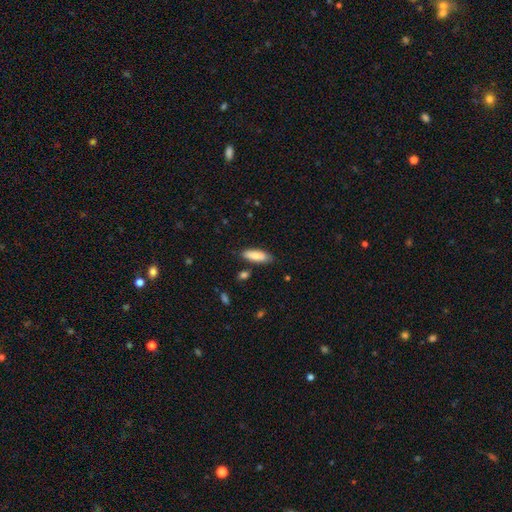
This appears to be a smooth galaxy with no disk features (81%) that is in between round and cigar-shaped (77%). Merging: none (72%).